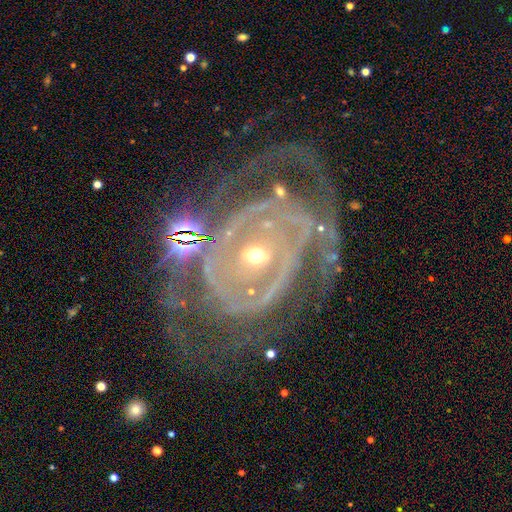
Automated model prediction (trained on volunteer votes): Smooth or featured?
  - featured or disk: 87% *
  - star or artifact: 7%
  - smooth: 6%
Edge-on disk?
  - no: 97% *
  - yes: 3%
Bar?
  - no: 38% *
  - weak: 35%
  - strong: 27%
Spiral arms?
  - yes: 89% *
  - no: 11%
Spiral winding?
  - tight: 44% *
  - medium: 39%
  - loose: 17%
Spiral arm count?
  - 2: 51% *
  - can't tell: 15%
  - 3: 12%
  - 1: 8%
  - 4: 7%
  - more than 4: 7%
Bulge size?
  - small: 51% *
  - moderate: 44%
  - large: 3%
  - none: 1%
  - dominant: 1%
Merging?
  - none: 47% *
  - major disturbance: 25%
  - minor disturbance: 21%
  - merger: 7%